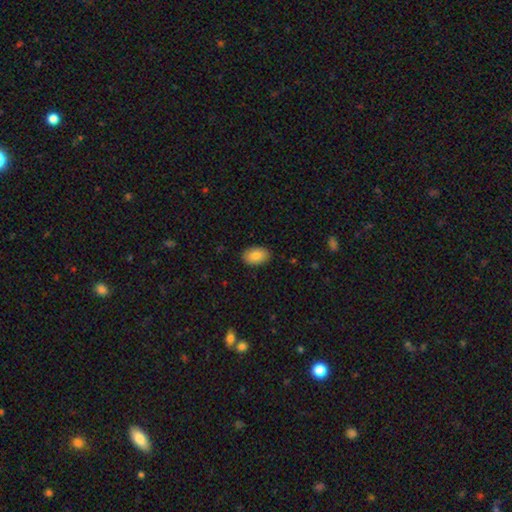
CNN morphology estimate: This is clearly a smooth galaxy (84%). How rounded: clearly in between (90%). Merging: clearly none (88%).